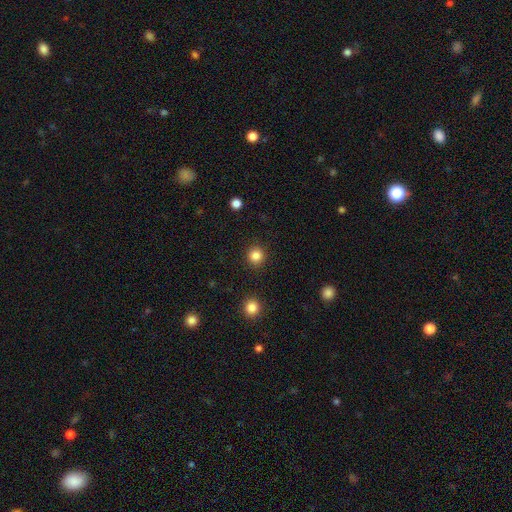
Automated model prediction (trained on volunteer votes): This is clearly a smooth galaxy (85%). How rounded: clearly round (93%). Merging: clearly none (91%).